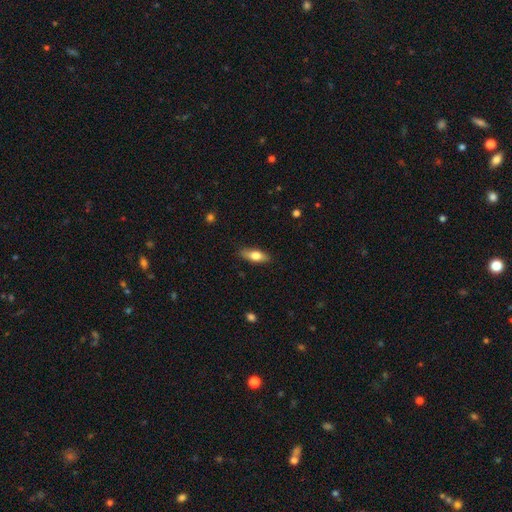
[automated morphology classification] Smooth or featured: smooth — 73% (featured or disk — 20%)
How rounded: in between — 72% (cigar-shaped — 25%)
Merging: none — 86% (minor disturbance — 11%)